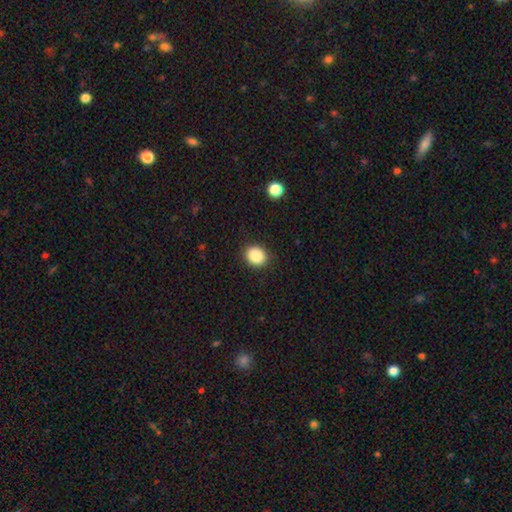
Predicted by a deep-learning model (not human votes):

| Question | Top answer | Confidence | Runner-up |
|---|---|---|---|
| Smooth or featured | smooth | 88% | star or artifact (9%) |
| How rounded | round | 65% | in between (34%) |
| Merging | none | 89% | minor disturbance (7%) |